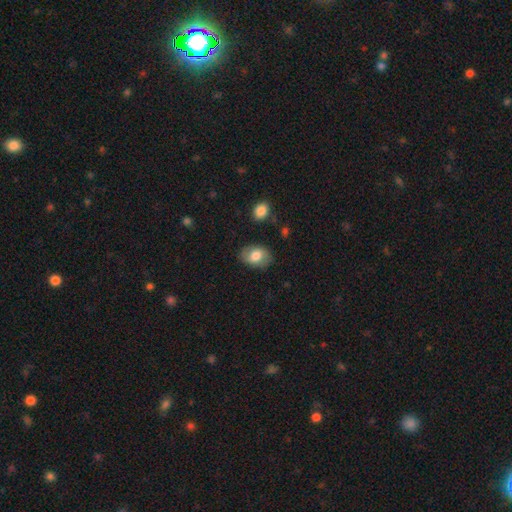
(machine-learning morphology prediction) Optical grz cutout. It shows a smooth galaxy with no disk features (72%) that is in between round and cigar-shaped (80%). Merging: none (80%).